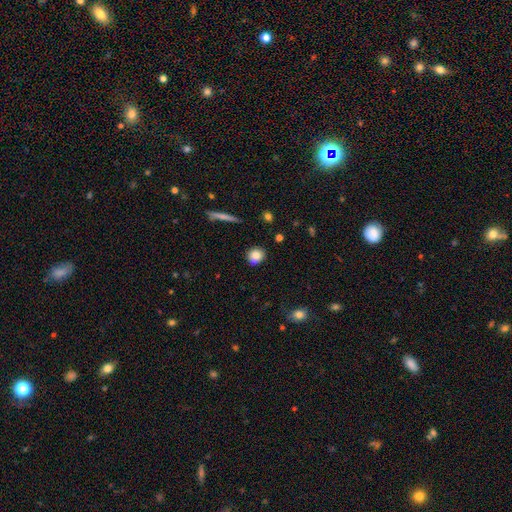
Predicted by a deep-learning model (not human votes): Overall: smooth (81%). How rounded: round (84%). Merging: none (80%).